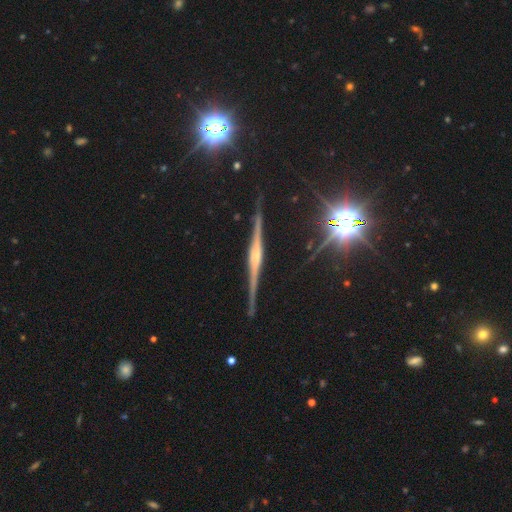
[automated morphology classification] This appears to be a featured or disk galaxy (82%) viewed edge-on (98%) with a rounded central bulge (58%). Merging: none (88%).